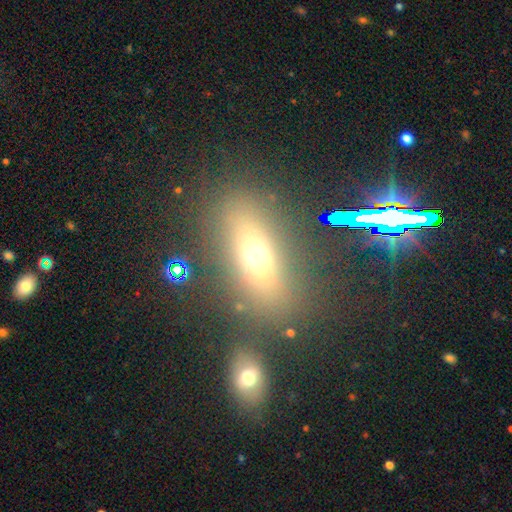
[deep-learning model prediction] Overall: smooth (54%; star or artifact 24%). How rounded: in between (65%). Merging: none (78%).